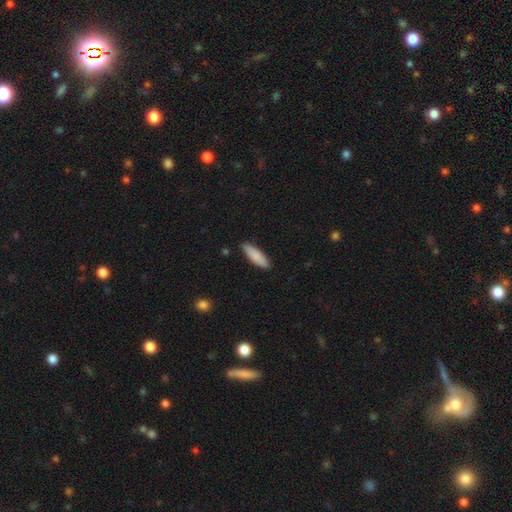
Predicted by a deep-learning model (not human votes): Smooth or featured? smooth (86%)
How rounded? cigar-shaped (59%)
Merging? none (88%)